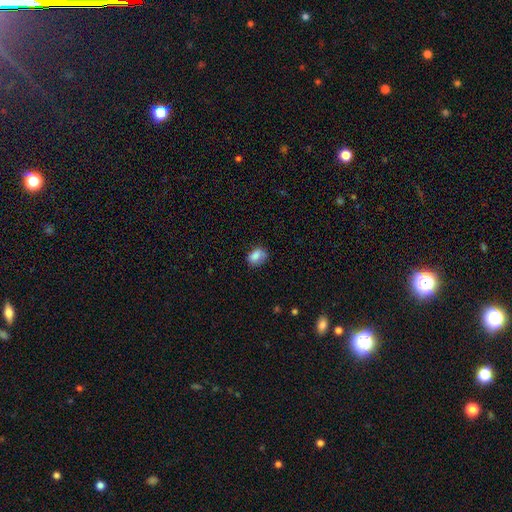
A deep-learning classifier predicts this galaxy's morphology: The model was most divided on "merging": none: 62%, minor disturbance: 27%, major disturbance: 8%, merger: 3%. More confident: smooth or featured — smooth (81%); how rounded — in between (68%).